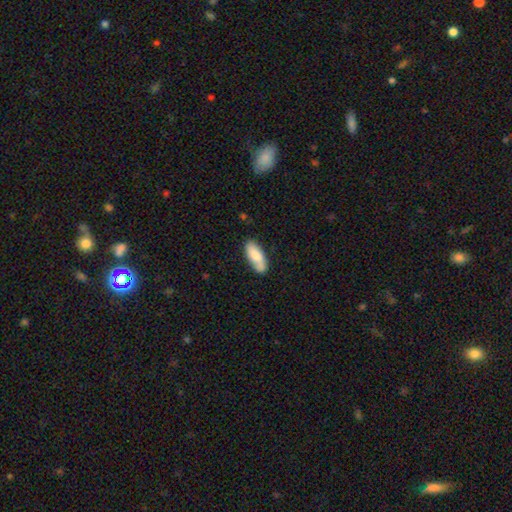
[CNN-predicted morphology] Smooth or featured: smooth — 74% (featured or disk — 20%)
How rounded: in between — 79% (cigar-shaped — 19%)
Merging: none — 73% (minor disturbance — 19%)